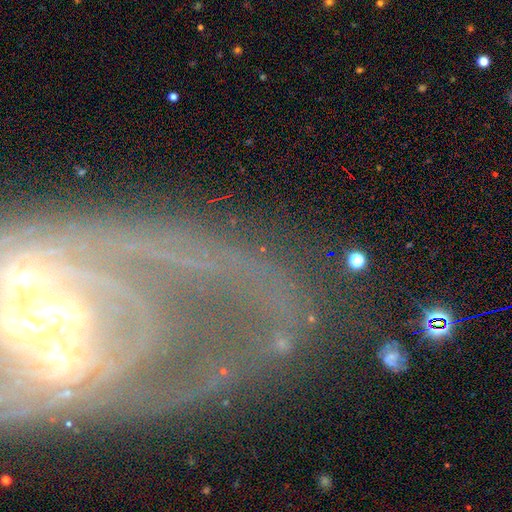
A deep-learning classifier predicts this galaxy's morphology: A featured or disk galaxy (77%) with no bar (36%), 2 (35%) tight (57%) spiral arms (78%) and a moderate central bulge (54%). Merging: none (65%).